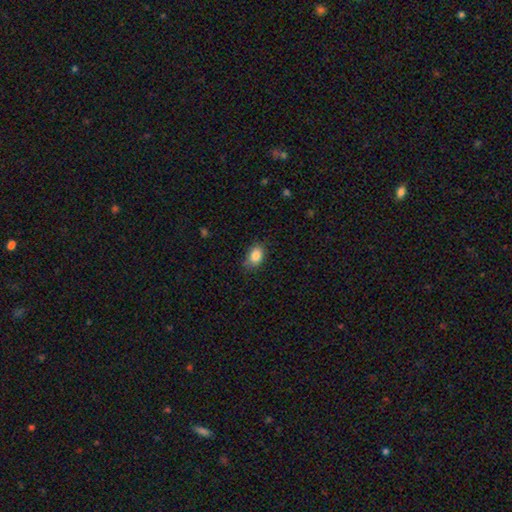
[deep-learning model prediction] This is clearly a smooth galaxy (85%). How rounded: likely in between (79%). Merging: likely none (76%).